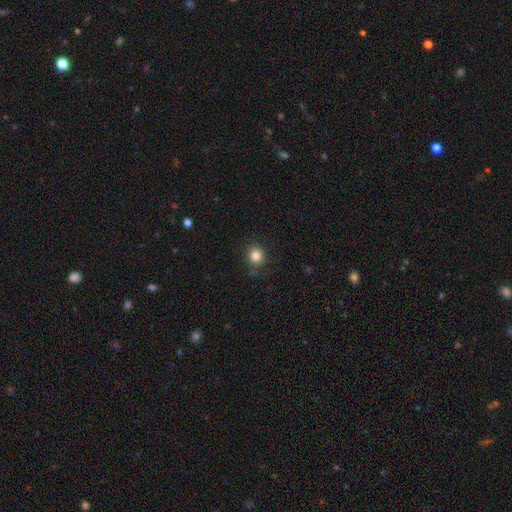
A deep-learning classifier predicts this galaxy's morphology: Smooth or featured? smooth (83%)
How rounded? round (86%)
Merging? none (83%)